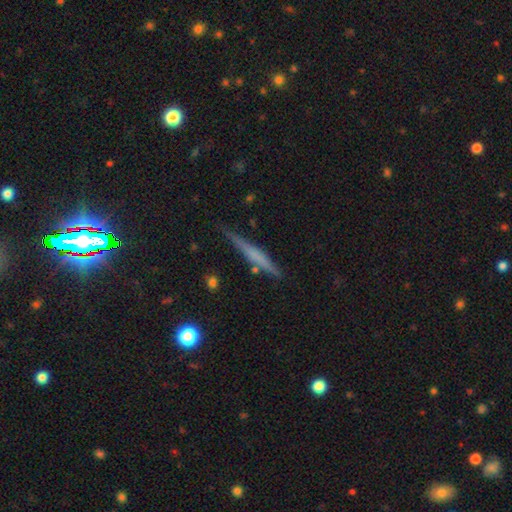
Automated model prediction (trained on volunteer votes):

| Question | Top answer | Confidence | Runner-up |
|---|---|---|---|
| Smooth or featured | featured or disk | 50% | smooth (43%) |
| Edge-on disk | yes | 97% | no (3%) |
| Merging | none | 84% | minor disturbance (11%) |